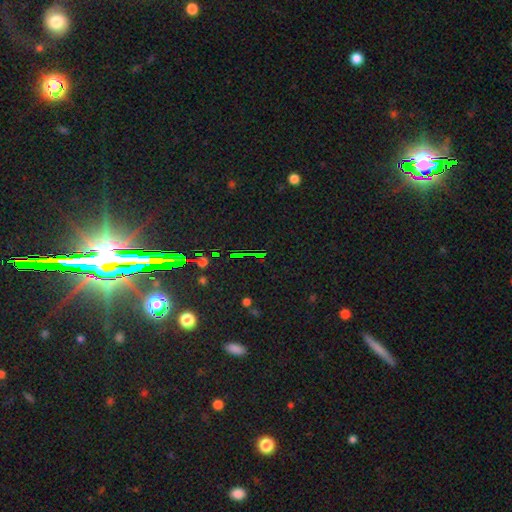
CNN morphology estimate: Smooth or featured?
  - star or artifact: 76% *
  - smooth: 14%
  - featured or disk: 10%